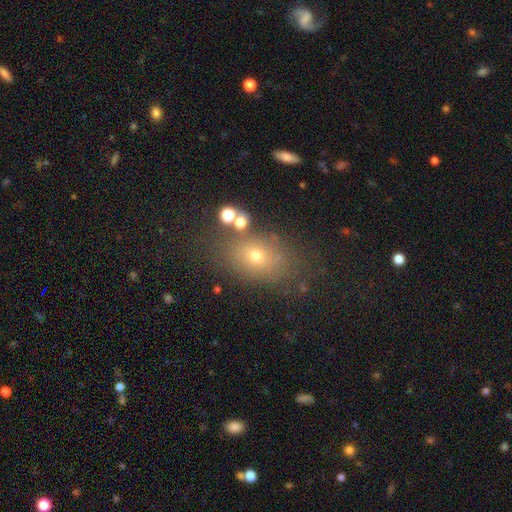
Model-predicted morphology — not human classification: Smooth or featured?
  - smooth: 63% *
  - star or artifact: 20%
  - featured or disk: 16%
How rounded?
  - in between: 65% *
  - round: 33%
  - cigar-shaped: 2%
Merging?
  - none: 73% *
  - minor disturbance: 13%
  - merger: 7%
  - major disturbance: 7%